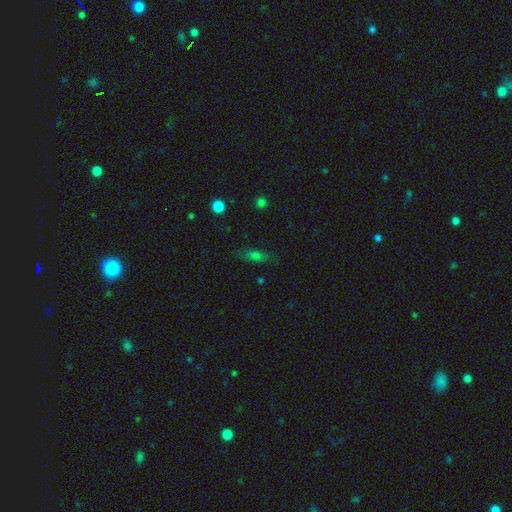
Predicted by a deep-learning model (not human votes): smooth_or_featured: smooth (p=0.67) [alt: featured or disk p=0.18]
how_rounded: in between (p=0.61) [alt: cigar-shaped p=0.33]
merging: none (p=0.76) [alt: minor disturbance p=0.17]